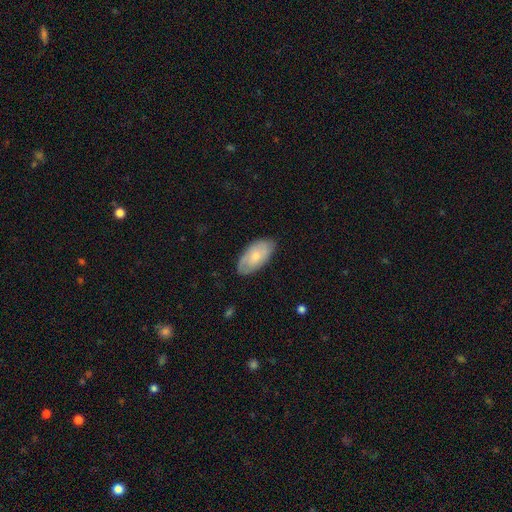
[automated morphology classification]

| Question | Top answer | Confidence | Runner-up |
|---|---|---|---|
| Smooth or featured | smooth | 61% | featured or disk (33%) |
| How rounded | in between | 94% | cigar-shaped (3%) |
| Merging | none | 79% | minor disturbance (17%) |